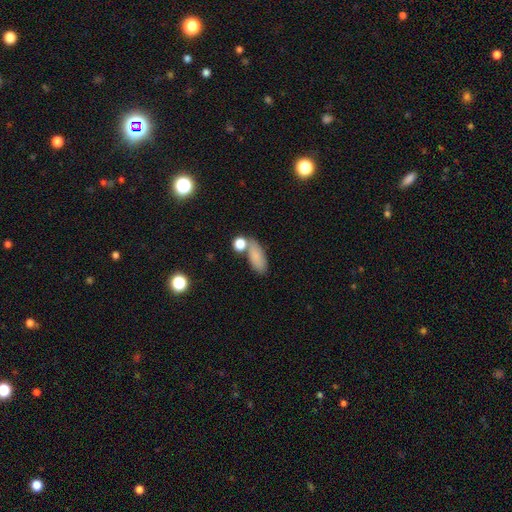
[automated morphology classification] This is clearly a smooth galaxy (81%). How rounded: clearly in between (81%). Merging: likely none (61%).